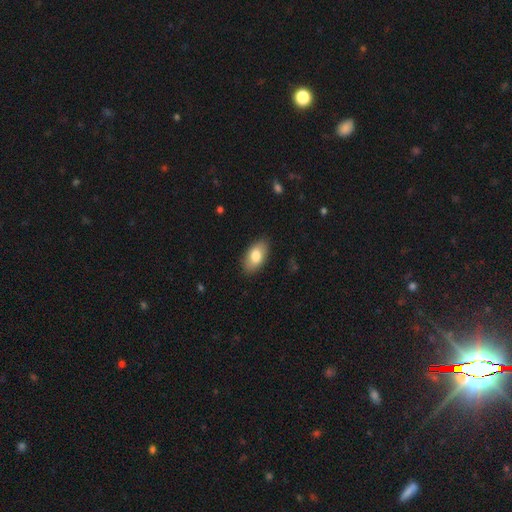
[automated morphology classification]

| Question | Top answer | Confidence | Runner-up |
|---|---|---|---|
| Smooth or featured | smooth | 79% | featured or disk (14%) |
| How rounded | in between | 93% | round (4%) |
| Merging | none | 86% | minor disturbance (10%) |